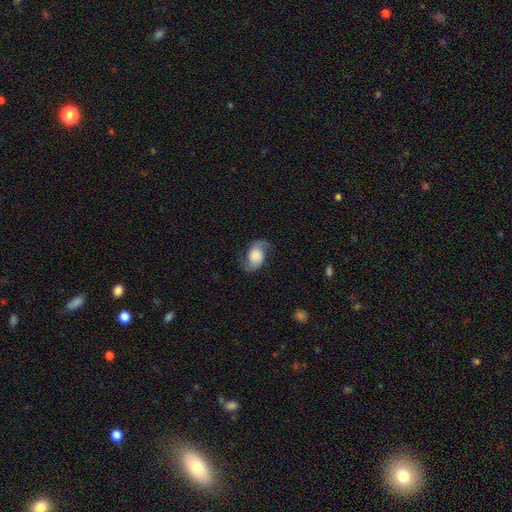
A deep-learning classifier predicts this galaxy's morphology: Overall: featured or disk (72%). Edge-on disk: no (97%). Bar: no (69%). Spiral arms: yes (94%). Spiral arm count: 2 (92%). Spiral winding: loose (59%; medium 32%). Bulge size: large (37%; dominant 19%). Merging: none (72%).